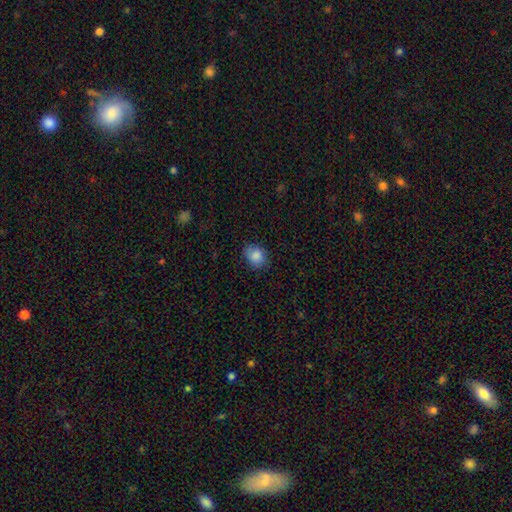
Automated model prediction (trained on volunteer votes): Smooth or featured? Predicted: smooth (p=0.86). How rounded? Predicted: round (p=0.53). Merging? Predicted: none (p=0.77).